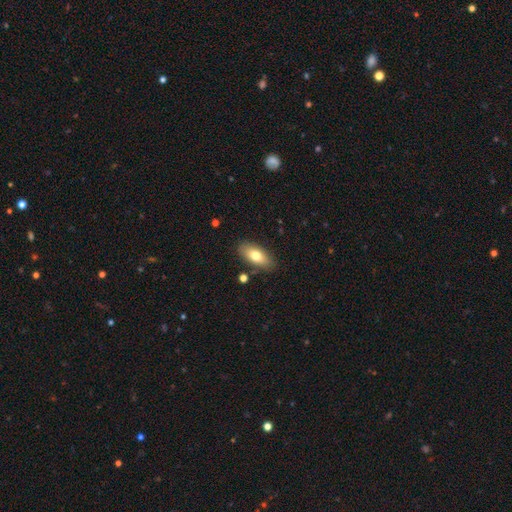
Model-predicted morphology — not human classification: A smooth galaxy with no disk features (75%) that is in between round and cigar-shaped (87%).

Vote fractions:
- Smooth or featured? smooth: 75% / featured or disk: 18% / star or artifact: 7%
- How rounded? in between: 87% / cigar-shaped: 10% / round: 3%
- Merging? none: 84% / minor disturbance: 11% / merger: 3% / major disturbance: 2%